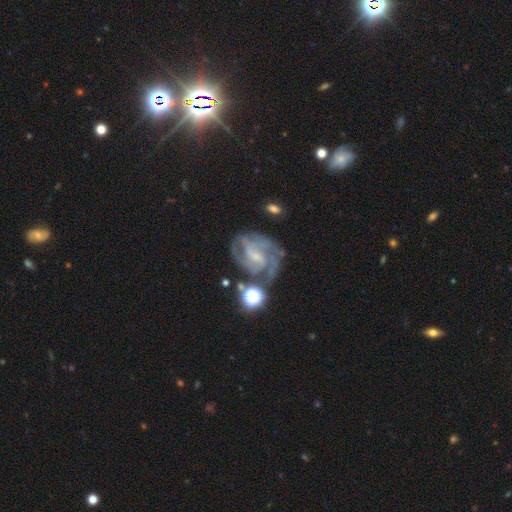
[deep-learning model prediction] Smooth or featured? Predicted: featured or disk (p=0.85). Edge-on disk? Predicted: no (p=0.98). Bar? Predicted: weak (p=0.52). Spiral arms? Predicted: yes (p=0.96). Spiral winding? Predicted: tight (p=0.45, tied with medium). Spiral arm count? Predicted: 3 (p=0.34). Bulge size? Predicted: small (p=0.51). Merging? Predicted: none (p=0.60).